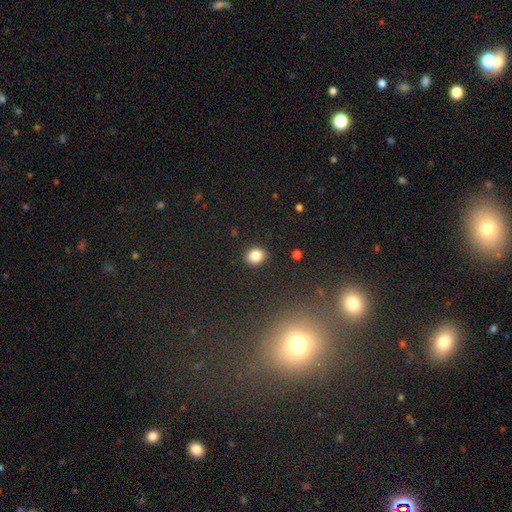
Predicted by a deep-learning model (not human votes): Smooth or featured? Predicted: smooth (p=0.84). How rounded? Predicted: round (p=0.60). Merging? Predicted: none (p=0.89).